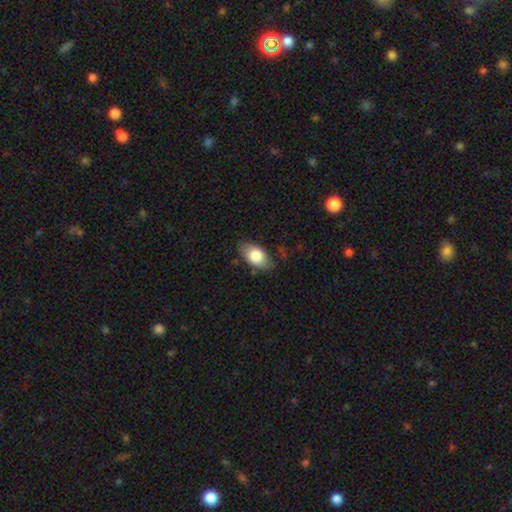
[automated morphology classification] Smooth or featured? Predicted: smooth (p=0.79). How rounded? Predicted: in between (p=0.91). Merging? Predicted: none (p=0.75).